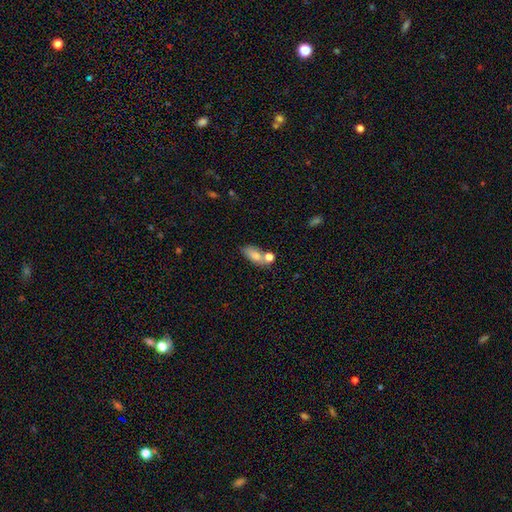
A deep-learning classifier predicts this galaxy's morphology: Smooth or featured: smooth — 77% (featured or disk — 14%)
How rounded: in between — 83% (cigar-shaped — 10%)
Merging: none — 51% (merger — 27%)